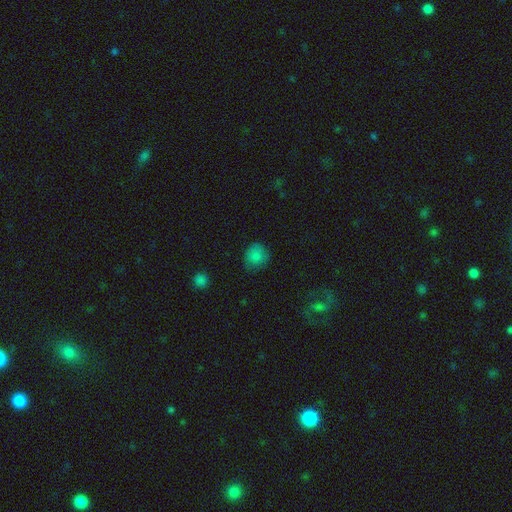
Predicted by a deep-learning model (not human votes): A smooth galaxy with no disk features (82%) that is round (81%).

Vote fractions:
- Smooth or featured? smooth: 82% / star or artifact: 11% / featured or disk: 7%
- How rounded? round: 81% / in between: 18% / cigar-shaped: 1%
- Merging? none: 74% / minor disturbance: 20% / major disturbance: 5% / merger: 2%